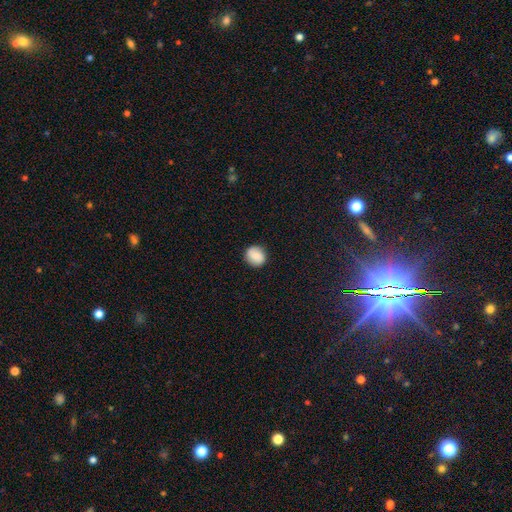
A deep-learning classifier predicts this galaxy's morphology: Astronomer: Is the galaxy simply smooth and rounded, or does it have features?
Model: smooth — 80%.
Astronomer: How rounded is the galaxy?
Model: round — 84%.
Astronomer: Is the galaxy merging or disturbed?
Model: none — 88%.